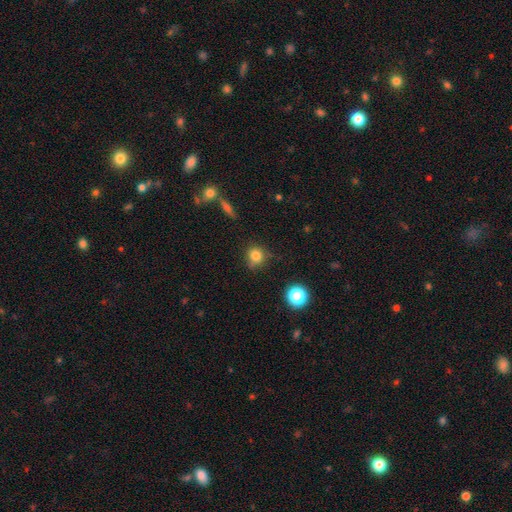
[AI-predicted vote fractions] Smooth or featured? smooth (81%)
How rounded? round (85%)
Merging? none (71%)